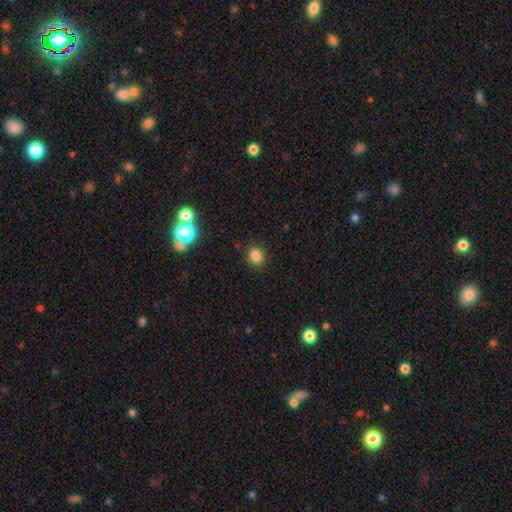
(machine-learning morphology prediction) Smooth or featured: smooth — 83% (star or artifact — 13%)
How rounded: round — 78% (in between — 21%)
Merging: none — 89% (minor disturbance — 7%)